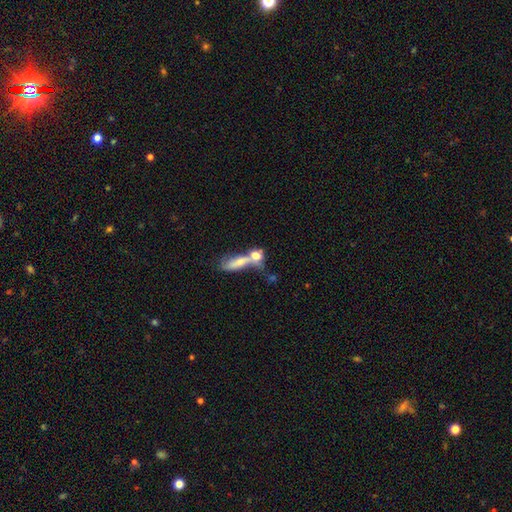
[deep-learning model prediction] smooth_or_featured: smooth (p=0.67) [alt: featured or disk p=0.23]
how_rounded: in between (p=0.40) [alt: round p=0.38]
merging: merger (p=0.56) [alt: none p=0.25]